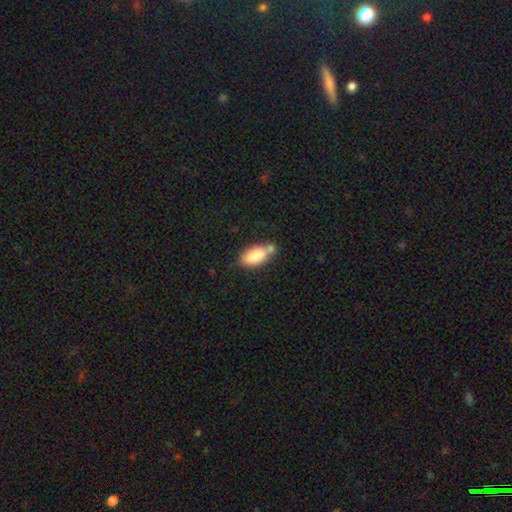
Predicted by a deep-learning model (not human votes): Q: Smooth or featured?
A: smooth (84%); runner-up: featured or disk (9%)
Q: How rounded?
A: in between (91%); runner-up: cigar-shaped (5%)
Q: Merging?
A: none (49%); runner-up: merger (26%)